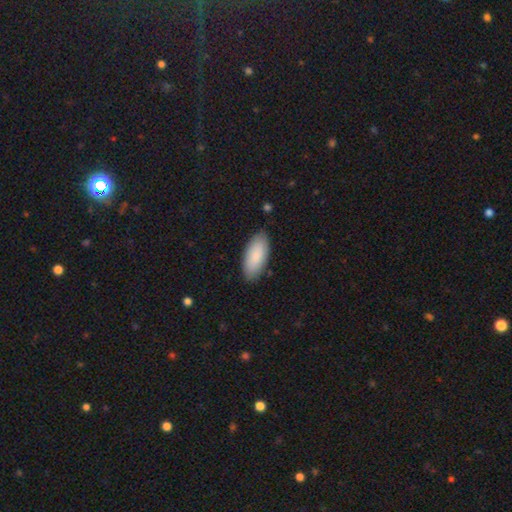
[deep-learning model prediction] smooth_or_featured: smooth (p=0.87) [alt: featured or disk p=0.07]
how_rounded: in between (p=0.90) [alt: cigar-shaped p=0.09]
merging: none (p=0.85) [alt: minor disturbance p=0.12]